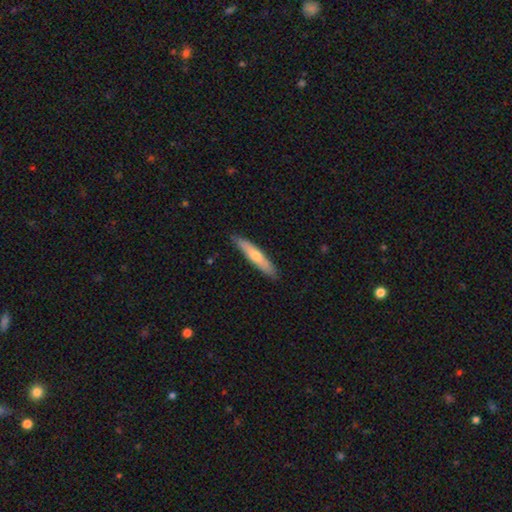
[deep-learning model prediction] Overall: smooth (59%; featured or disk 36%). How rounded: cigar-shaped (88%). Merging: none (87%).